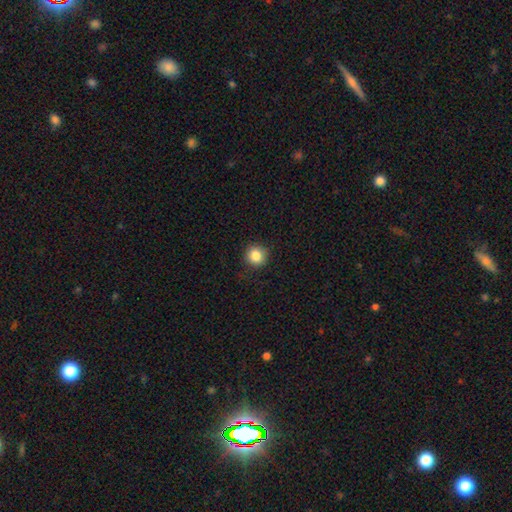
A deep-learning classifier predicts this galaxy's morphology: This is clearly a smooth galaxy (85%). How rounded: clearly round (92%). Merging: clearly none (89%).